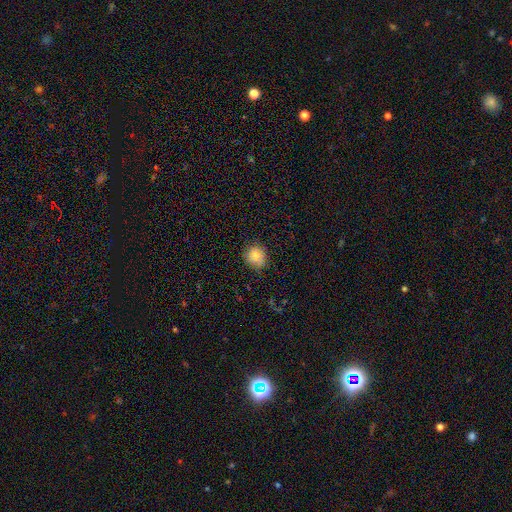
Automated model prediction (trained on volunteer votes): Smooth or featured? Predicted: smooth (p=0.82). How rounded? Predicted: round (p=0.83). Merging? Predicted: none (p=0.79).